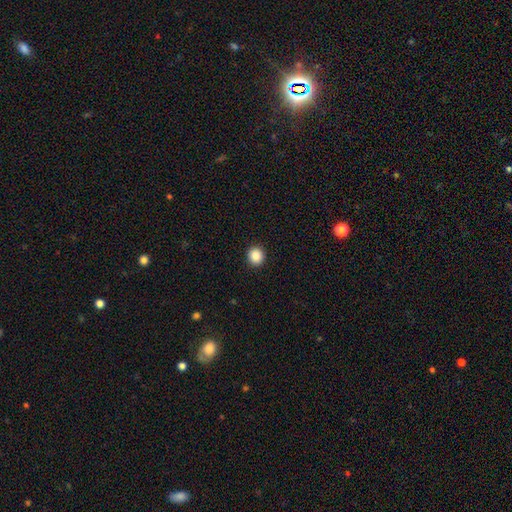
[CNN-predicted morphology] Smooth or featured?
  - smooth: 88% *
  - star or artifact: 9%
  - featured or disk: 3%
How rounded?
  - round: 91% *
  - in between: 8%
  - cigar-shaped: 1%
Merging?
  - none: 93% *
  - minor disturbance: 5%
  - major disturbance: 2%
  - merger: 1%